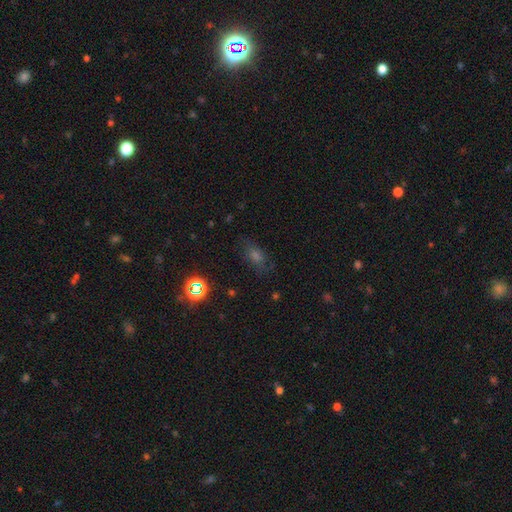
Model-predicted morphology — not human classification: Smooth or featured? smooth (45%)
Merging? none (76%)